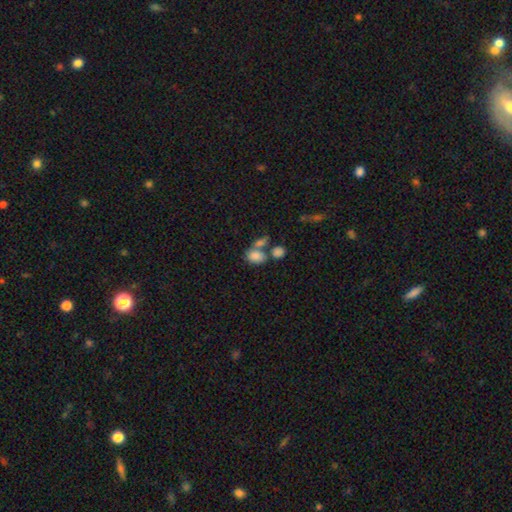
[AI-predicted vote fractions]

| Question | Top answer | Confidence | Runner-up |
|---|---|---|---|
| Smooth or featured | smooth | 81% | featured or disk (10%) |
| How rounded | in between | 75% | round (24%) |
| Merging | merger | 46% | none (37%) |